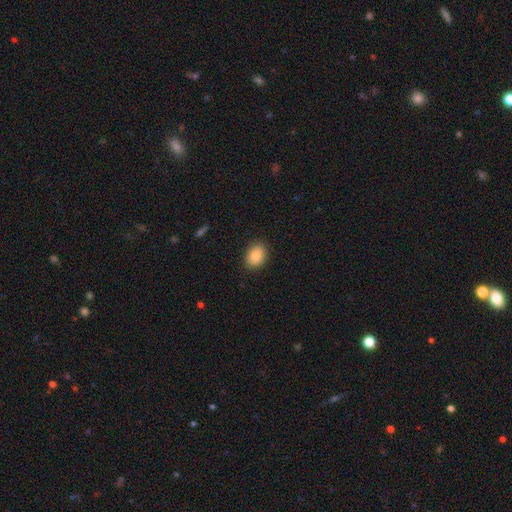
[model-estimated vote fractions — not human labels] Q: Smooth or featured?
A: smooth (86%); runner-up: star or artifact (8%)
Q: How rounded?
A: in between (69%); runner-up: round (30%)
Q: Merging?
A: none (89%); runner-up: minor disturbance (8%)